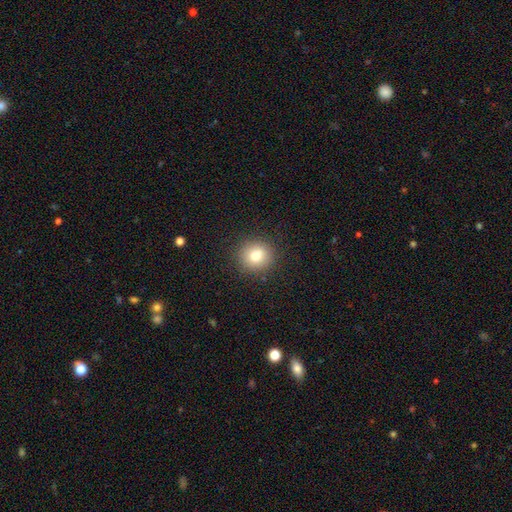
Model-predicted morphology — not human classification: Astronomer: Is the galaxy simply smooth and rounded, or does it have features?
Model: smooth — 78%.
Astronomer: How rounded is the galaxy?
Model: round — 91%.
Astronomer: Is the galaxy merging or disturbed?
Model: none — 90%.